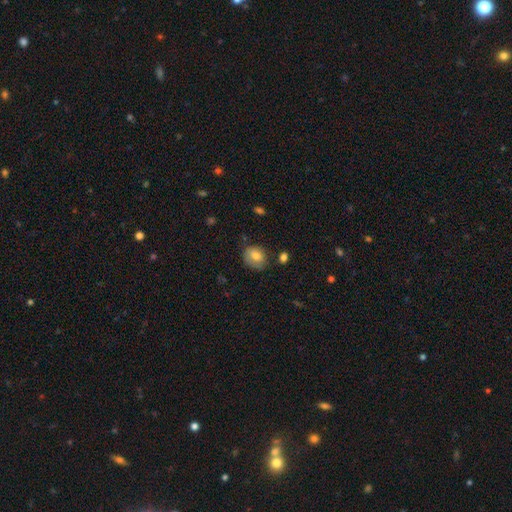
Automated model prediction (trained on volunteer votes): Q: Smooth or featured?
A: smooth (75%); runner-up: featured or disk (16%)
Q: How rounded?
A: round (53%); runner-up: in between (46%)
Q: Merging?
A: none (65%); runner-up: minor disturbance (25%)